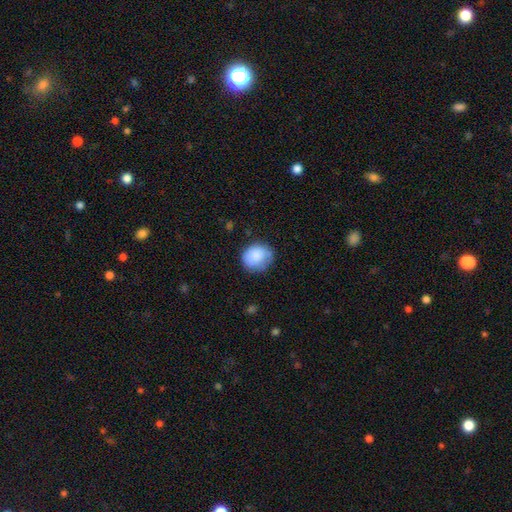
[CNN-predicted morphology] A smooth galaxy with no disk features (83%) that is round (75%). Merging: none (68%).